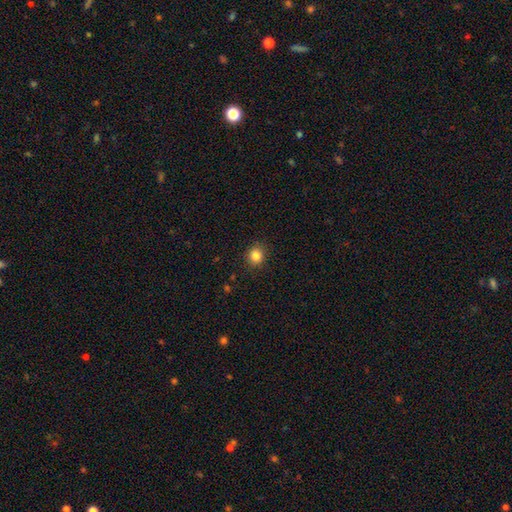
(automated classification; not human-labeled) Smooth or featured: smooth — 84% (star or artifact — 11%)
How rounded: round — 82% (in between — 17%)
Merging: none — 89% (minor disturbance — 7%)